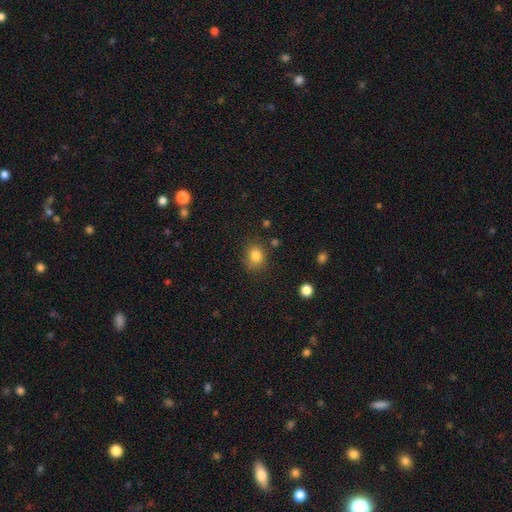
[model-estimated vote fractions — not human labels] smooth-or-featured: smooth: 83% | star or artifact: 11% | featured or disk: 6%
  how-rounded: round: 72% | in between: 27% | cigar-shaped: 1%
  merging: none: 81% | minor disturbance: 12% | major disturbance: 3% | merger: 3%